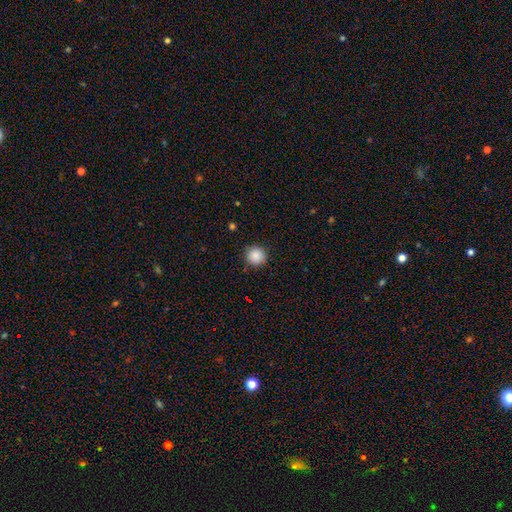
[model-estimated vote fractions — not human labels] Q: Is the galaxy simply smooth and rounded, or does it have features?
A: smooth — 88%.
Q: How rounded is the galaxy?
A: round — 95%.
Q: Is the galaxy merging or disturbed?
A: none — 90%.